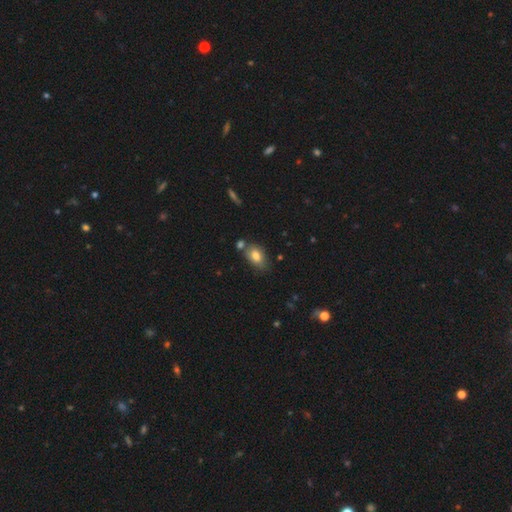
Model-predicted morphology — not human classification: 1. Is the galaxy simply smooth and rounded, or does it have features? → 80% smooth, 12% featured or disk, 8% star or artifact.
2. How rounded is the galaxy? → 86% in between, 12% round, 2% cigar-shaped.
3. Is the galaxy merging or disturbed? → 64% none, 18% minor disturbance, 14% merger, 4% major disturbance.